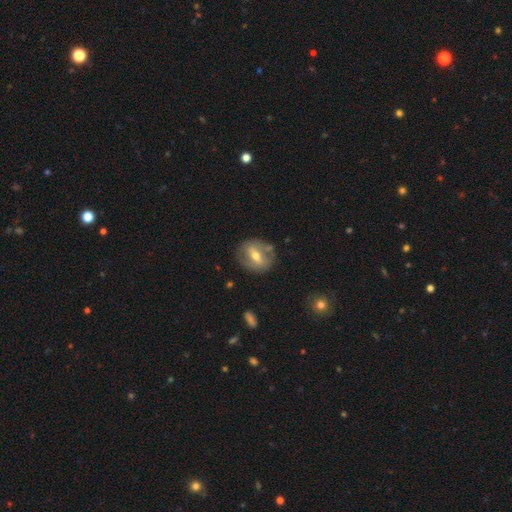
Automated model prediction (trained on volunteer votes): This is possibly a featured or disk galaxy (54%). It is clearly not viewed edge-on (86%). Merging: likely none (76%).